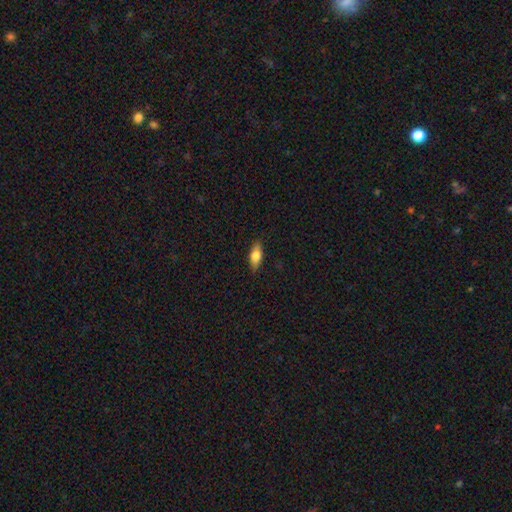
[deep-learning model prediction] A smooth galaxy with no disk features (72%) that is in between round and cigar-shaped (74%). Merging: none (86%).